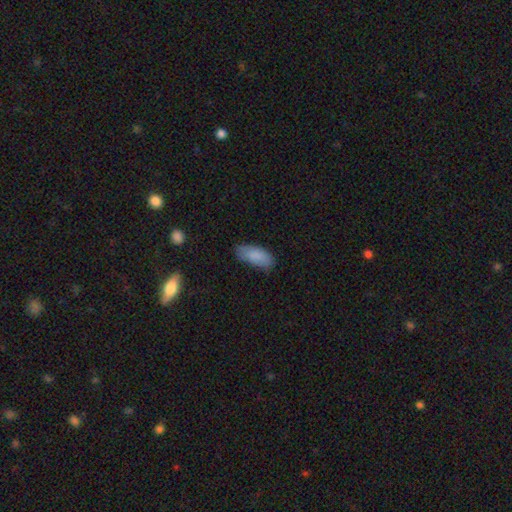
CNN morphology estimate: This is clearly a smooth galaxy (85%). How rounded: clearly in between (86%). Merging: likely none (69%).